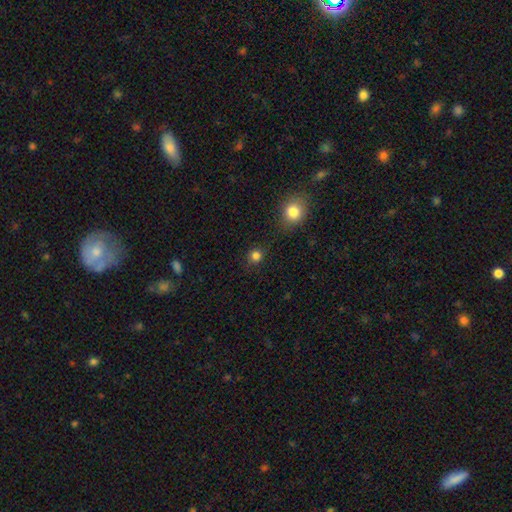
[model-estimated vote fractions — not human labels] Morphology: type=smooth (81%); roundness=round (87%); merging=none (83%).